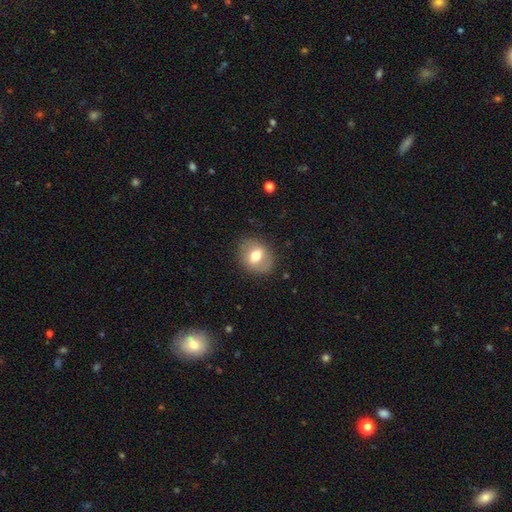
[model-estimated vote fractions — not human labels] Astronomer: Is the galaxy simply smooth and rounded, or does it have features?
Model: smooth — 60%.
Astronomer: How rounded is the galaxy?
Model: round — 58% (runner-up: in between, 41%).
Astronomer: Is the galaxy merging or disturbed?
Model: none — 80%.